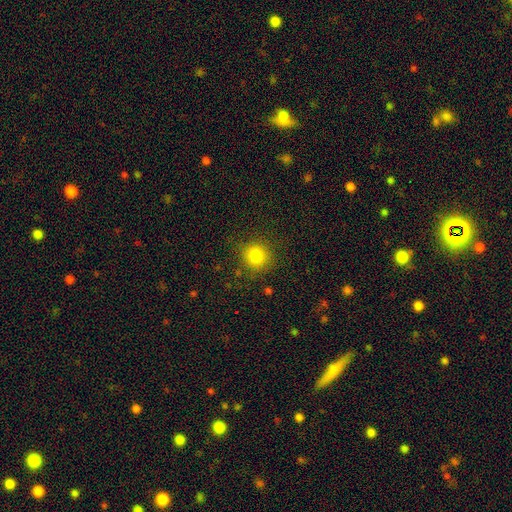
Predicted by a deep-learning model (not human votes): smooth-or-featured: smooth: 81% | star or artifact: 13% | featured or disk: 6%
  how-rounded: round: 90% | in between: 9% | cigar-shaped: 1%
  merging: none: 86% | minor disturbance: 9% | major disturbance: 3% | merger: 2%